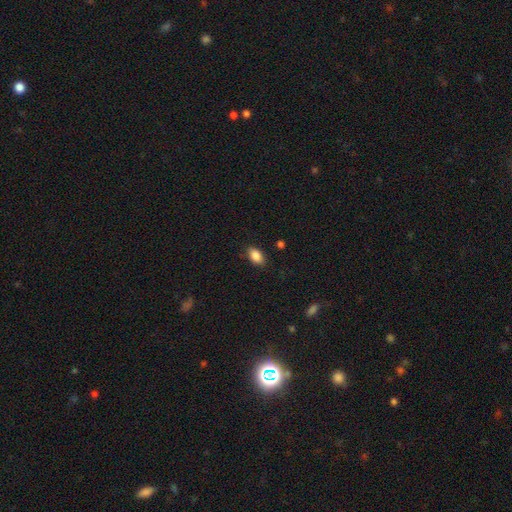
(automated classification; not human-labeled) This appears to be a smooth galaxy with no disk features (88%) that is in between round and cigar-shaped (91%). Merging: none (85%).